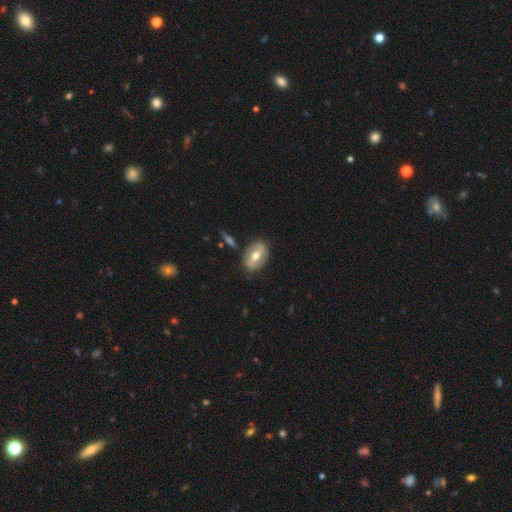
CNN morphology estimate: Smooth or featured? featured or disk (51%)
Edge-on disk? no (82%)
Merging? none (81%)